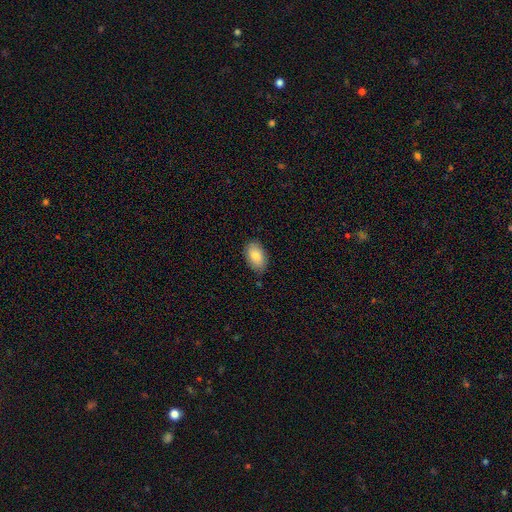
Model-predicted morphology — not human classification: A smooth galaxy with no disk features (84%) that is in between round and cigar-shaped (93%). Merging: none (83%).